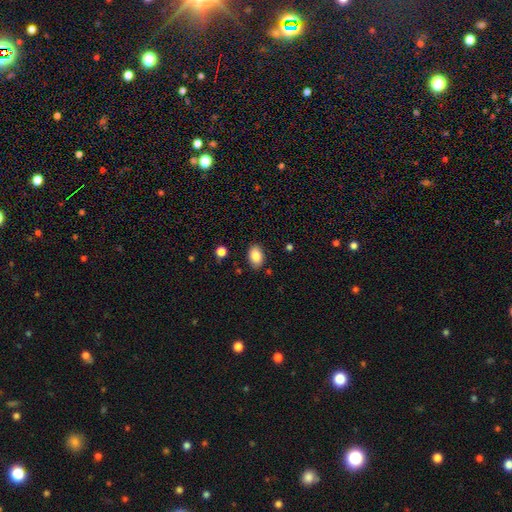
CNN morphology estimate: smooth-or-featured: smooth: 85% | star or artifact: 8% | featured or disk: 7%
  how-rounded: in between: 85% | round: 14% | cigar-shaped: 1%
  merging: none: 86% | minor disturbance: 10% | major disturbance: 2% | merger: 2%